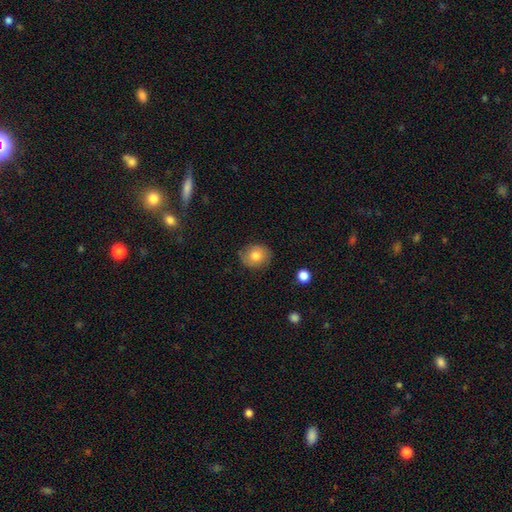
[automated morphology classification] type=smooth (75%); roundness=round (70%); merging=none (77%).